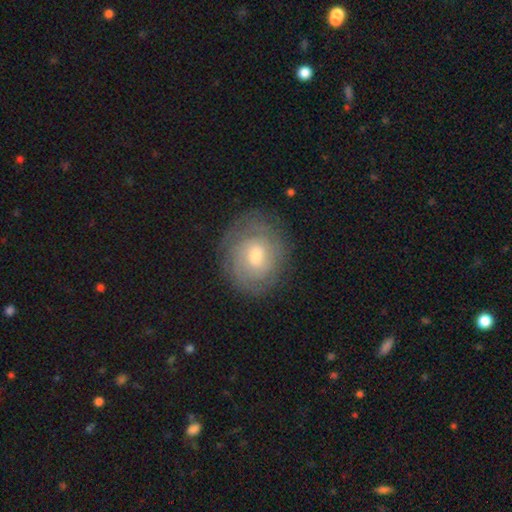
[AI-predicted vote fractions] featured or disk 63%, smooth 29%, star or artifact 8%. Down the decision tree: edge-on disk — no (97%); bar — no (57%); spiral arms — yes (85%); spiral arm count — can't tell (51%); spiral winding — tight (71%); bulge size — moderate (59%); merging — none (80%).